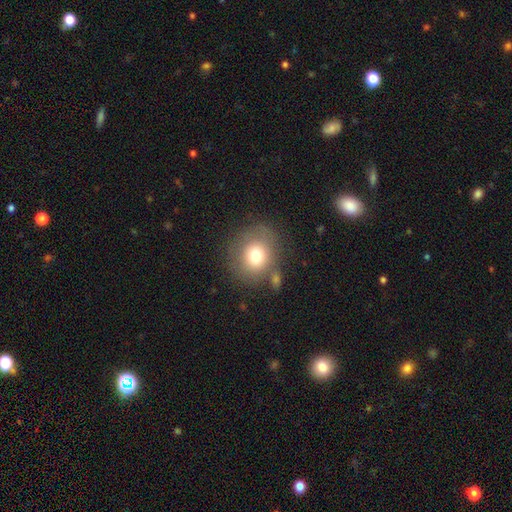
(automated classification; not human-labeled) Overall: smooth (74%). How rounded: round (79%). Merging: none (71%).